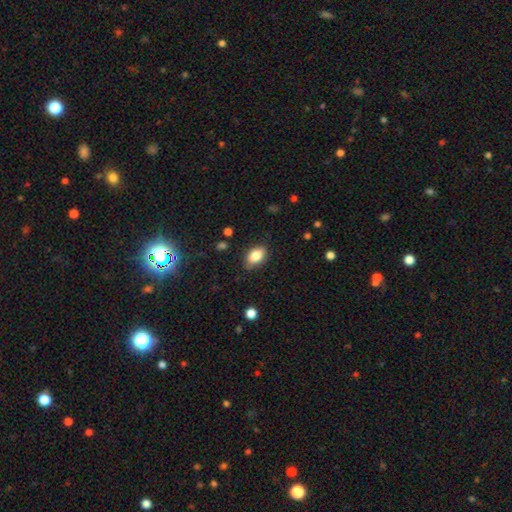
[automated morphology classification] A smooth galaxy with no disk features (84%) that is in between round and cigar-shaped (89%).

Vote fractions:
- Smooth or featured? smooth: 84% / featured or disk: 8% / star or artifact: 8%
- How rounded? in between: 89% / round: 10% / cigar-shaped: 2%
- Merging? none: 81% / minor disturbance: 15% / major disturbance: 3% / merger: 1%